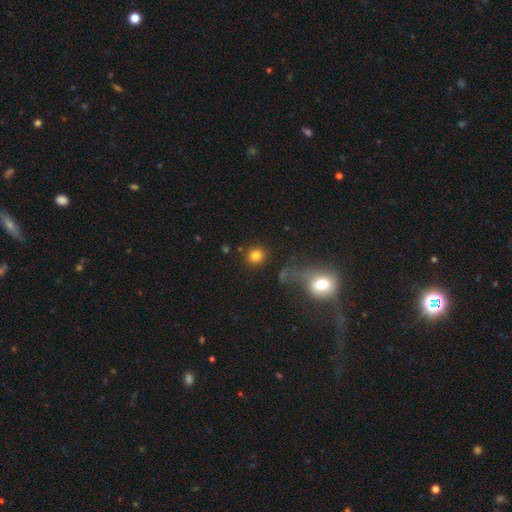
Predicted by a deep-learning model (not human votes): Overall: smooth (80%). How rounded: round (91%). Merging: none (84%).